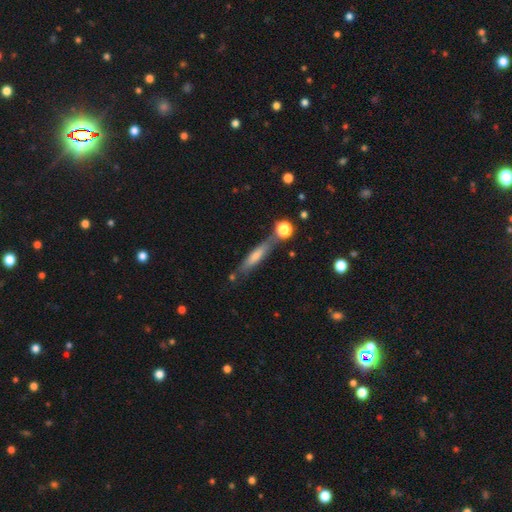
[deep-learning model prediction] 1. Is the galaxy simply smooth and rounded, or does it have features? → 52% smooth, 39% featured or disk, 9% star or artifact.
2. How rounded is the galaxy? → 86% cigar-shaped, 12% in between, 2% round.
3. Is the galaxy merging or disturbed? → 69% none, 16% minor disturbance, 10% merger, 5% major disturbance.